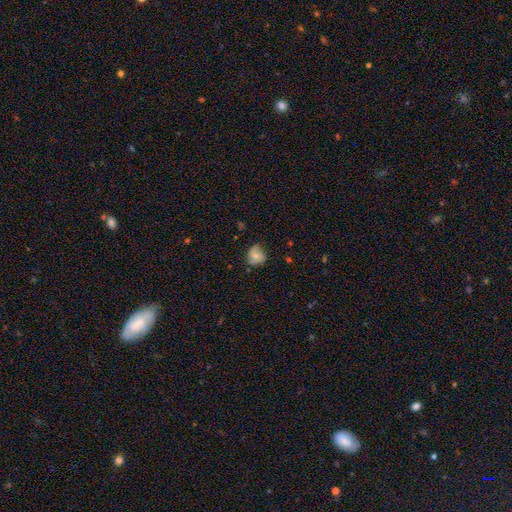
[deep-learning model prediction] Smooth or featured?
  - smooth: 56% *
  - featured or disk: 35%
  - star or artifact: 9%
How rounded?
  - round: 70% *
  - in between: 29%
  - cigar-shaped: 1%
Merging?
  - none: 60% *
  - minor disturbance: 30%
  - major disturbance: 8%
  - merger: 2%